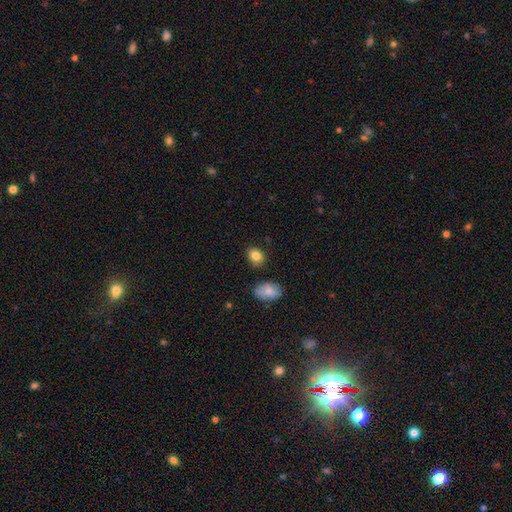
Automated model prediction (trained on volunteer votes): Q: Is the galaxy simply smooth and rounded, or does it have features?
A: smooth — 84%.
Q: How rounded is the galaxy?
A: in between — 57%.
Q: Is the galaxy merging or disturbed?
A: none — 80%.